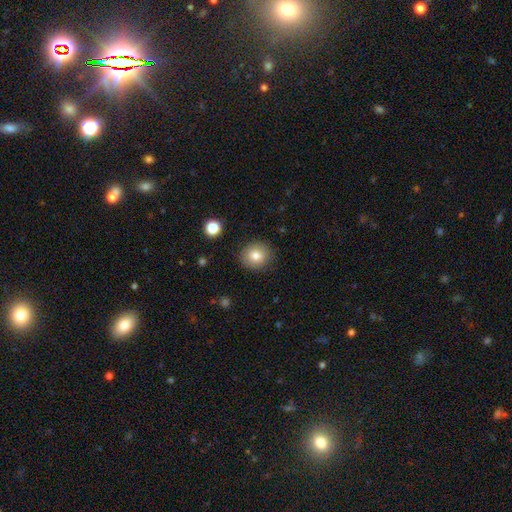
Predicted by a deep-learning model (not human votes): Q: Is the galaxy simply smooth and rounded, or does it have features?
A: smooth — 80%.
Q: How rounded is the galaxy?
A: round — 82%.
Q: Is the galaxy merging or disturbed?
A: none — 88%.